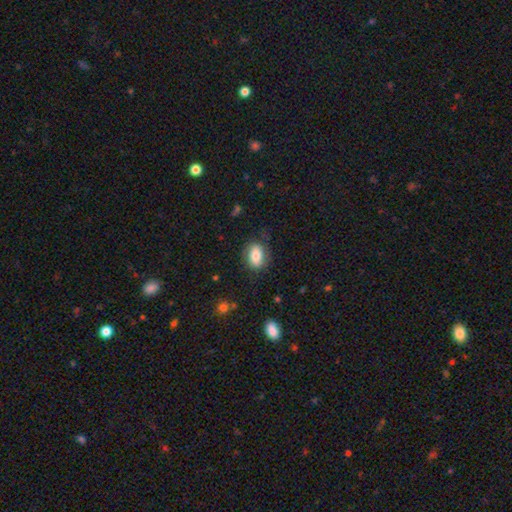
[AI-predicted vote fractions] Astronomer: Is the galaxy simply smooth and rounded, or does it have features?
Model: smooth — 78%.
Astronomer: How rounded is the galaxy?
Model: in between — 78%.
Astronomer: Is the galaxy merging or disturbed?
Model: none — 78%.